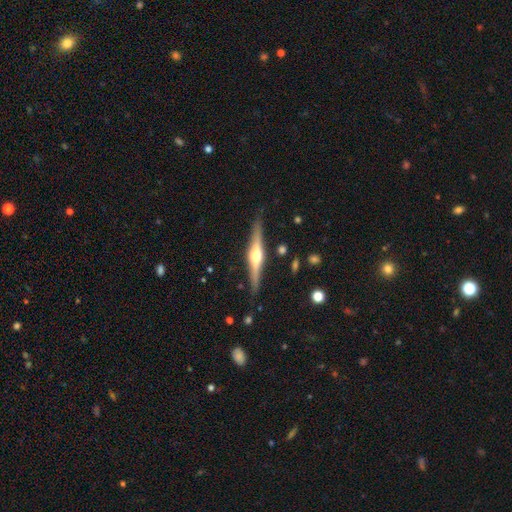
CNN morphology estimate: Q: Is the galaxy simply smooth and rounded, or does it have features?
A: featured or disk — 78%.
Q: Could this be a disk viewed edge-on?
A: yes — 98%.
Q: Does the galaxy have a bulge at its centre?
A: rounded — 93%.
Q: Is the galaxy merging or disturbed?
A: none — 89%.